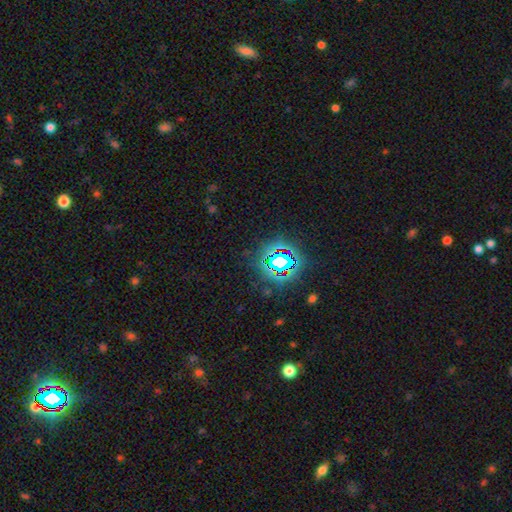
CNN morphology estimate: Smooth or featured?
  - star or artifact: 78% *
  - smooth: 14%
  - featured or disk: 8%